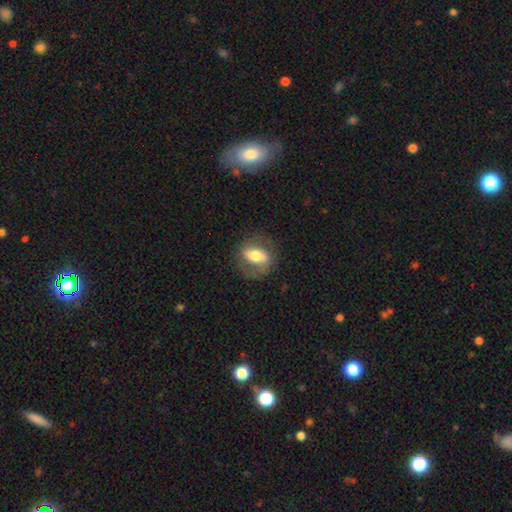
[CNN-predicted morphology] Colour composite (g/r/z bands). It shows a featured or disk galaxy (53%). Merging: none (75%).